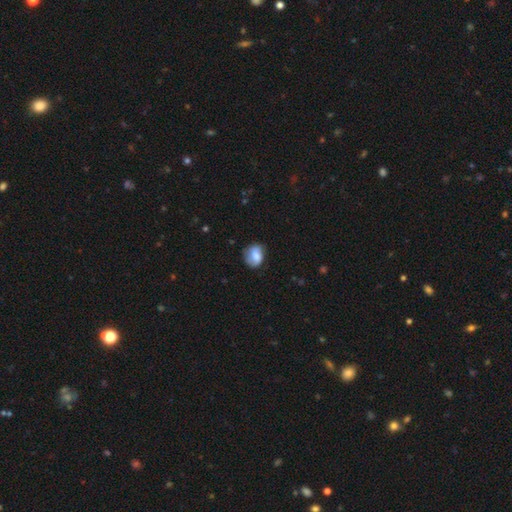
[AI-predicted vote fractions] This appears to be a smooth galaxy with no disk features (66%) that is round (50%). Merging: none (61%).